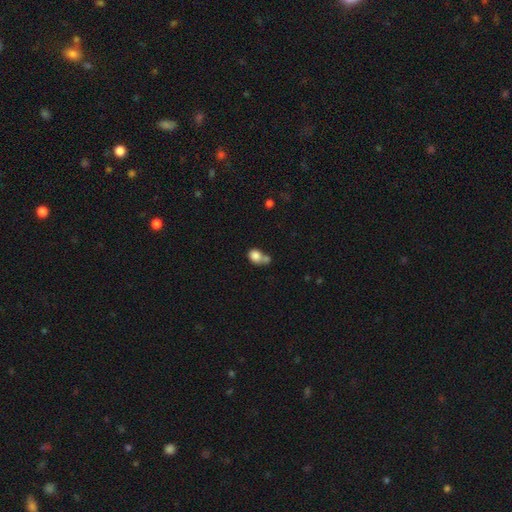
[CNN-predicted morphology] Smooth or featured? smooth (81%)
How rounded? round (54%)
Merging? merger (49%)